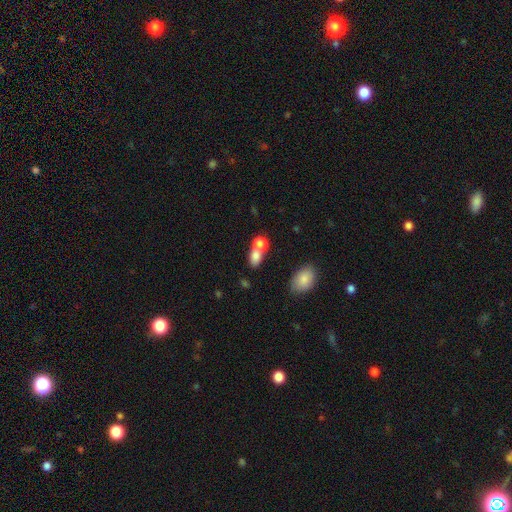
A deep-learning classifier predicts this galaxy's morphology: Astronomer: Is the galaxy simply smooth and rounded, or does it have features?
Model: smooth — 78%.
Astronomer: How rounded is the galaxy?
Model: in between — 58% (runner-up: round, 38%).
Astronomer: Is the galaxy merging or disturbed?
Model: merger — 55% (runner-up: none, 32%).